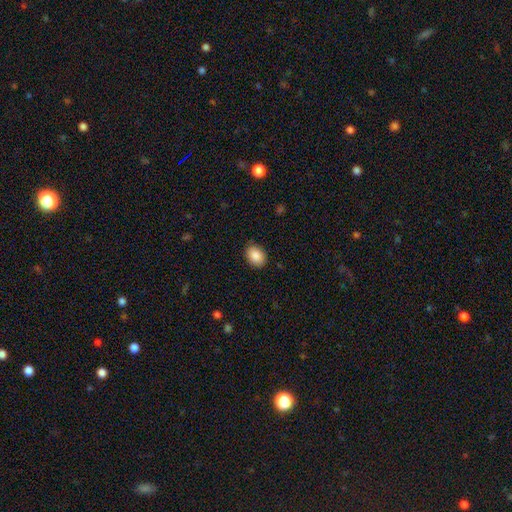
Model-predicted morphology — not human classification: Q: Smooth or featured?
A: smooth (88%); runner-up: star or artifact (7%)
Q: How rounded?
A: in between (72%); runner-up: round (27%)
Q: Merging?
A: none (87%); runner-up: minor disturbance (10%)